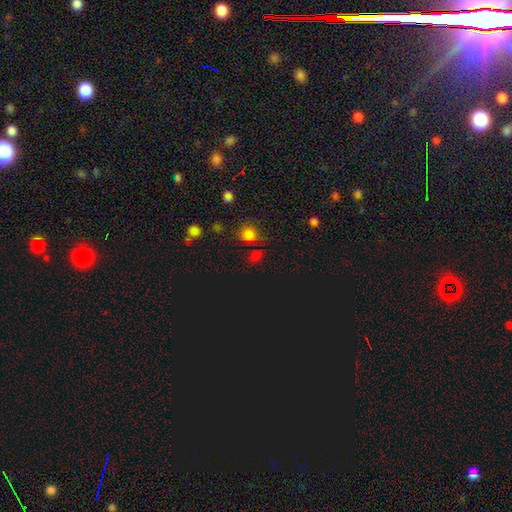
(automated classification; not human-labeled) A star or artifact, not a galaxy (52%).